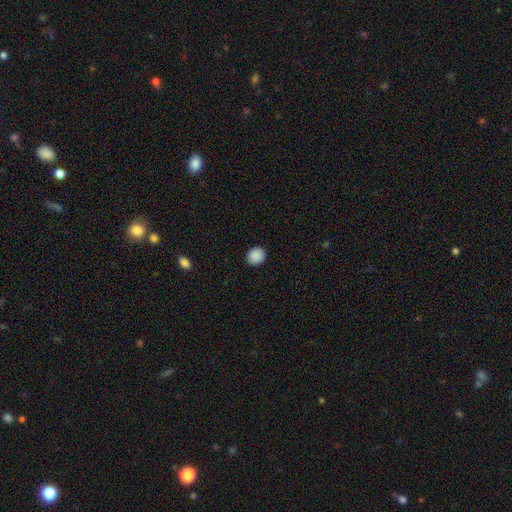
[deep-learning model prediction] The model was most divided on "how rounded": round: 81%, in between: 18%, cigar-shaped: 1%. More confident: merging — none (91%); smooth or featured — smooth (90%).